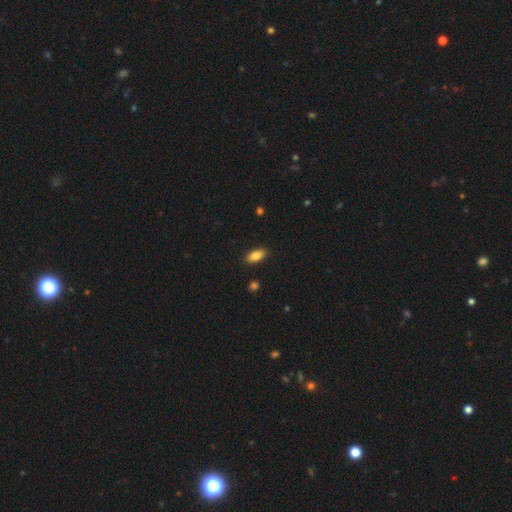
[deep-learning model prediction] Q: Smooth or featured?
A: smooth (85%); runner-up: featured or disk (8%)
Q: How rounded?
A: in between (88%); runner-up: cigar-shaped (9%)
Q: Merging?
A: none (89%); runner-up: minor disturbance (8%)